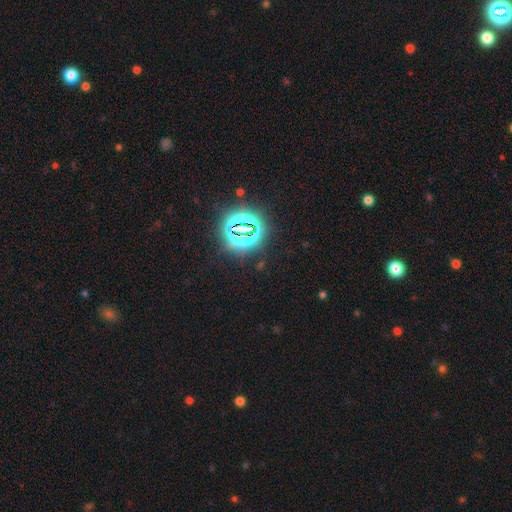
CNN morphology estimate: The model was most divided on "smooth or featured": star or artifact: 83%, smooth: 10%, featured or disk: 7%.